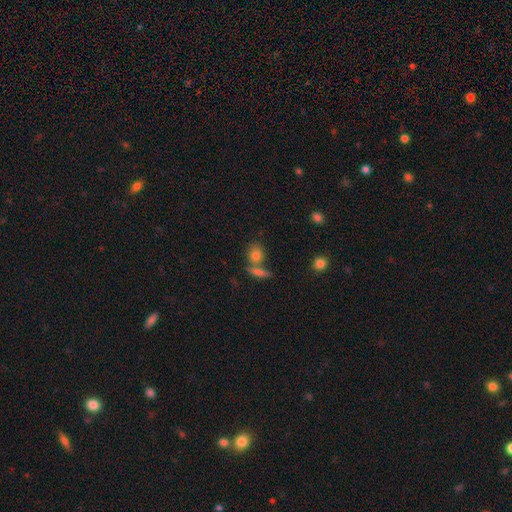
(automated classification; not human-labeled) Smooth or featured: smooth — 78% (featured or disk — 12%)
How rounded: round — 52% (in between — 42%)
Merging: none — 56% (merger — 31%)